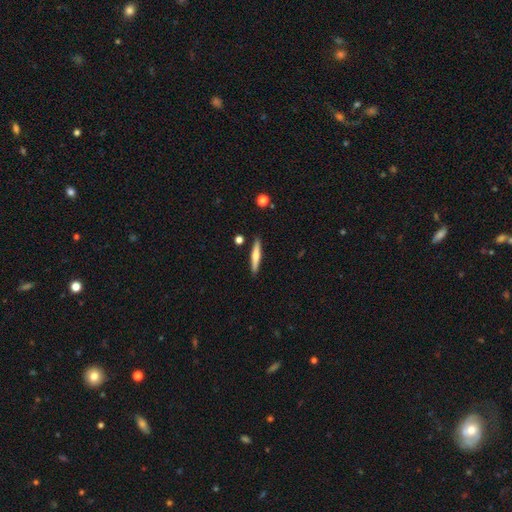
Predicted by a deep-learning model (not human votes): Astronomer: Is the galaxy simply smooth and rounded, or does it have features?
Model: smooth — 56% (runner-up: featured or disk, 38%).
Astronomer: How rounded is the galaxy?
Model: cigar-shaped — 91%.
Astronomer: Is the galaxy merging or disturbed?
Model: none — 89%.